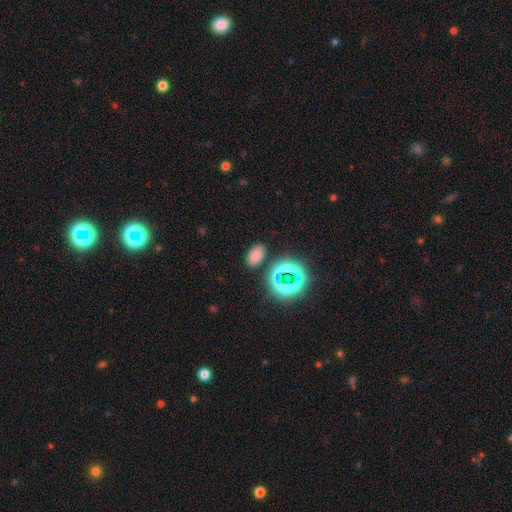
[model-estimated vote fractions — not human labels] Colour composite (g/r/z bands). It shows a smooth galaxy with no disk features (70%) that is in between round and cigar-shaped (91%). Merging: none (85%).